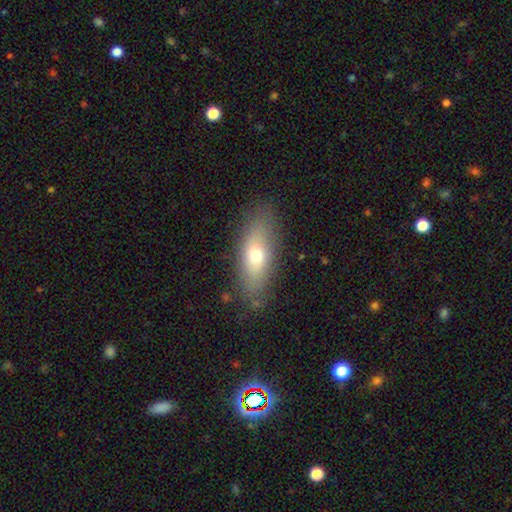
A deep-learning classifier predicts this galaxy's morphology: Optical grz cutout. It shows a smooth galaxy with no disk features (69%) that is in between round and cigar-shaped (66%). Merging: none (83%).